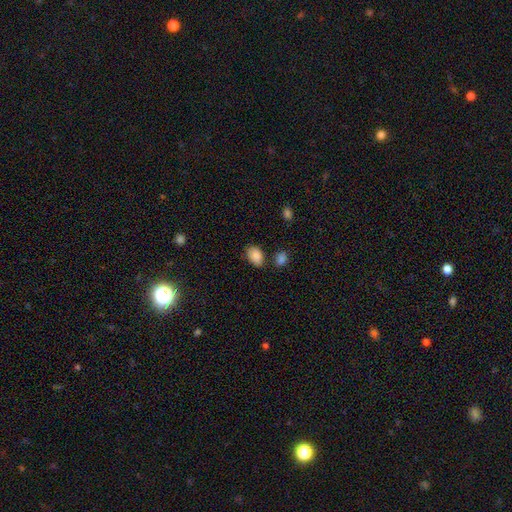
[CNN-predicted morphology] A smooth galaxy with no disk features (86%) that is in between round and cigar-shaped (88%).

Vote fractions:
- Smooth or featured? smooth: 86% / star or artifact: 8% / featured or disk: 6%
- How rounded? in between: 88% / round: 11% / cigar-shaped: 1%
- Merging? none: 70% / minor disturbance: 18% / merger: 8% / major disturbance: 4%